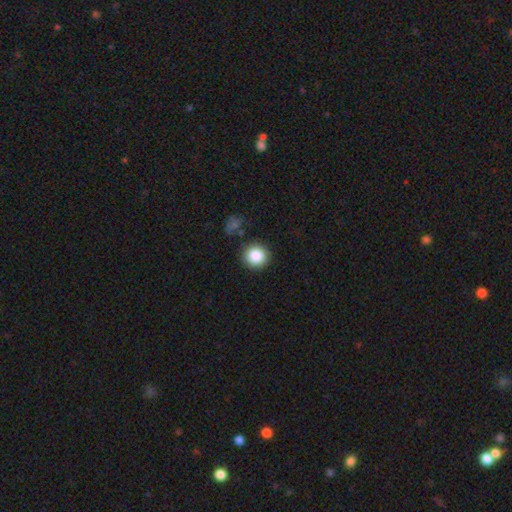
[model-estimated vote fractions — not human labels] Morphology: type=smooth (86%); roundness=round (93%); merging=none (86%).